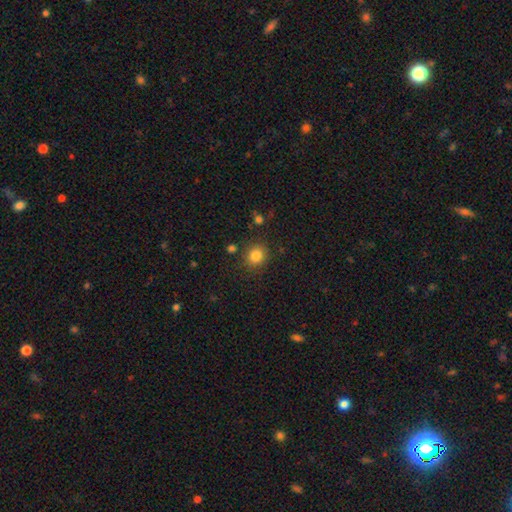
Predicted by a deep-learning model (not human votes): Overall: smooth (83%). How rounded: round (79%). Merging: none (85%).